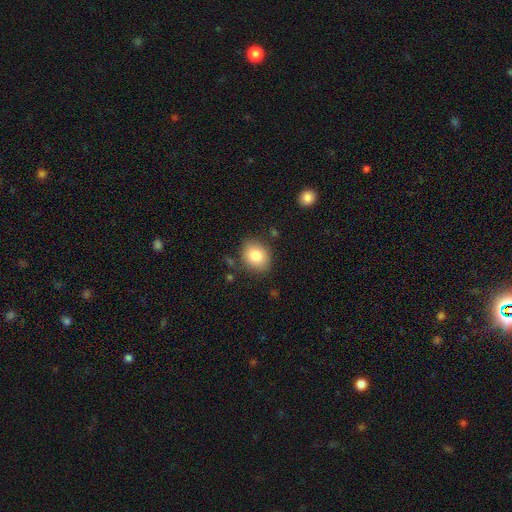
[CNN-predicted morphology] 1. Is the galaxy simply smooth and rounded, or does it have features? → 82% smooth, 9% featured or disk, 9% star or artifact.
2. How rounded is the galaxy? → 56% round, 43% in between, 1% cigar-shaped.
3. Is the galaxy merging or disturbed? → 83% none, 12% minor disturbance, 3% major disturbance, 2% merger.